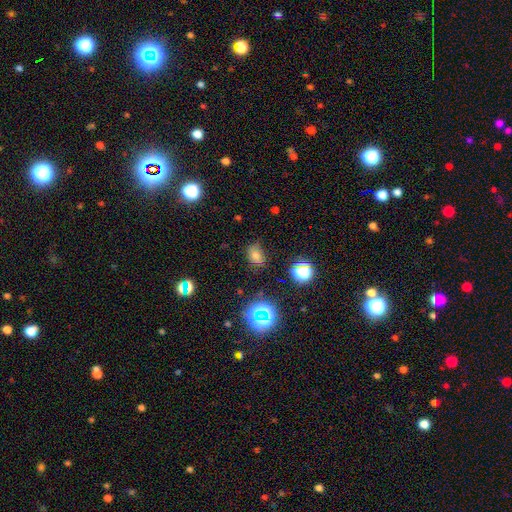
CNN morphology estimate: smooth_or_featured: smooth (p=0.67) [alt: star or artifact p=0.23]
how_rounded: in between (p=0.65) [alt: round p=0.34]
merging: none (p=0.68) [alt: minor disturbance p=0.23]